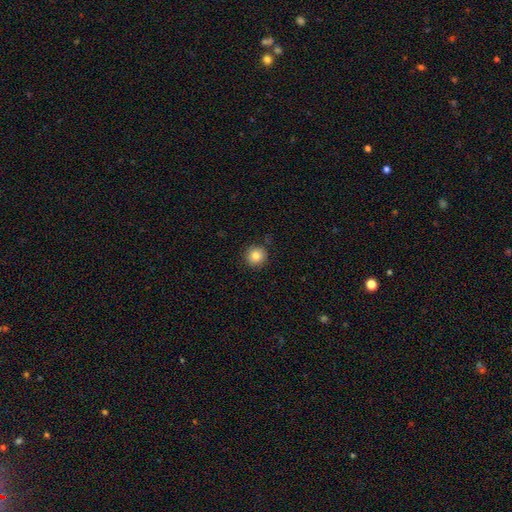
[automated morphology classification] This is clearly a smooth galaxy (83%). How rounded: clearly round (94%). Merging: clearly none (89%).